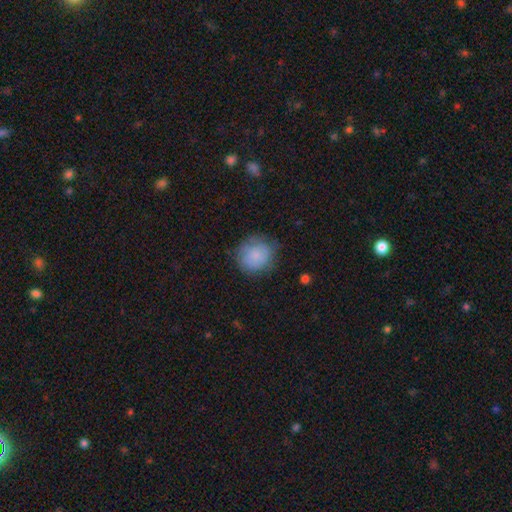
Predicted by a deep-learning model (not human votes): The model was most divided on "merging": none: 71%, minor disturbance: 21%, major disturbance: 7%, merger: 1%. More confident: how rounded — round (86%); smooth or featured — smooth (73%).